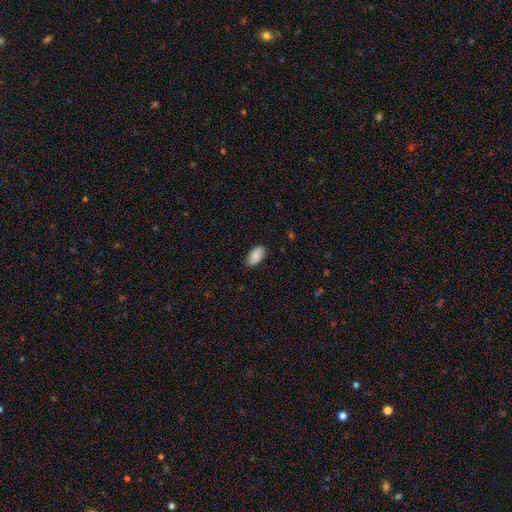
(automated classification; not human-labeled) smooth 86%, featured or disk 7%, star or artifact 6%. Down the decision tree: how rounded — in between (94%); merging — none (86%).